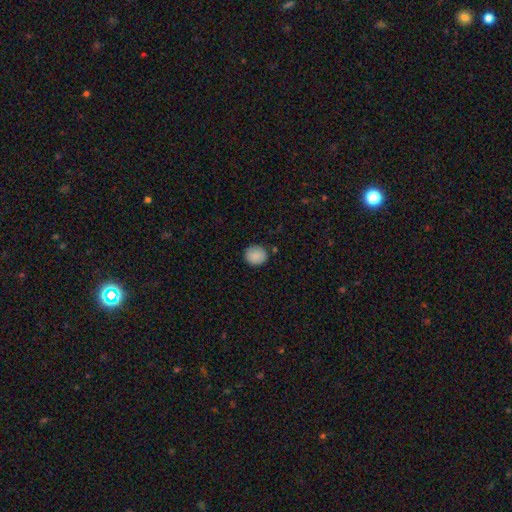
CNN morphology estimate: type=smooth (88%); roundness=round (83%); merging=none (86%).